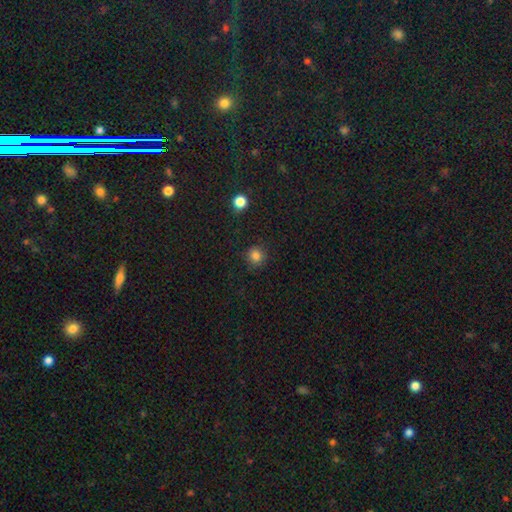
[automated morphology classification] smooth-or-featured: smooth: 83% | star or artifact: 13% | featured or disk: 4%
  how-rounded: round: 92% | in between: 7% | cigar-shaped: 1%
  merging: none: 88% | minor disturbance: 8% | major disturbance: 3% | merger: 1%